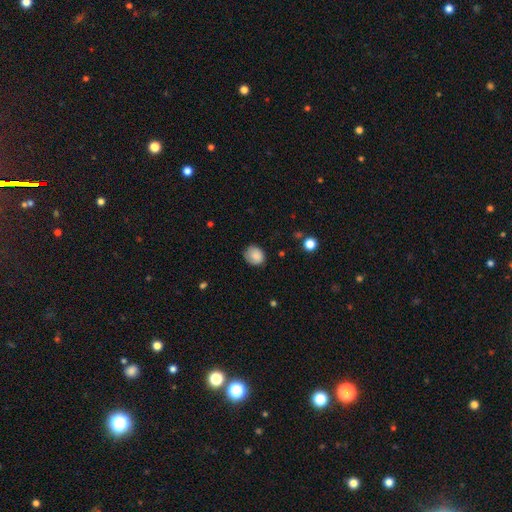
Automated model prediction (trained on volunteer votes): This appears to be a smooth galaxy with no disk features (83%) that is round (70%). Merging: none (74%).